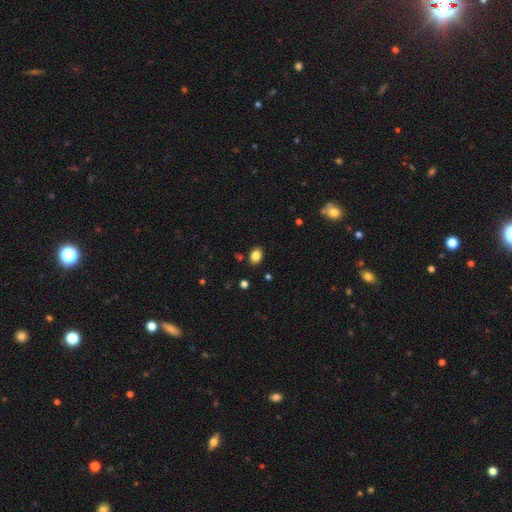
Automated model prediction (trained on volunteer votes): Q: Smooth or featured?
A: smooth (85%); runner-up: star or artifact (10%)
Q: How rounded?
A: in between (74%); runner-up: round (25%)
Q: Merging?
A: none (86%); runner-up: minor disturbance (9%)